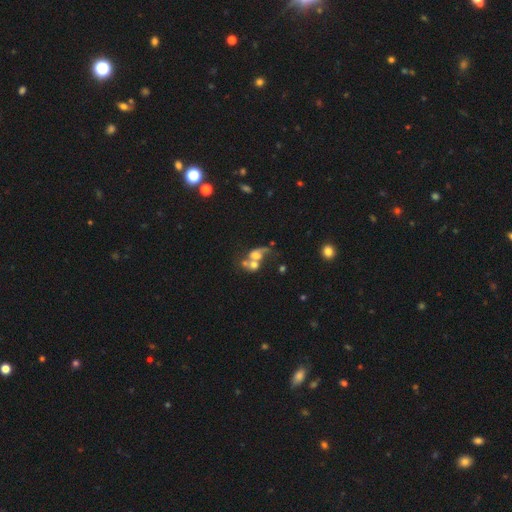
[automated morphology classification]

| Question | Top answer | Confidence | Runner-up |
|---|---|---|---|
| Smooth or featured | featured or disk | 44% | smooth (42%) |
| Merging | merger | 64% | none (15%) |